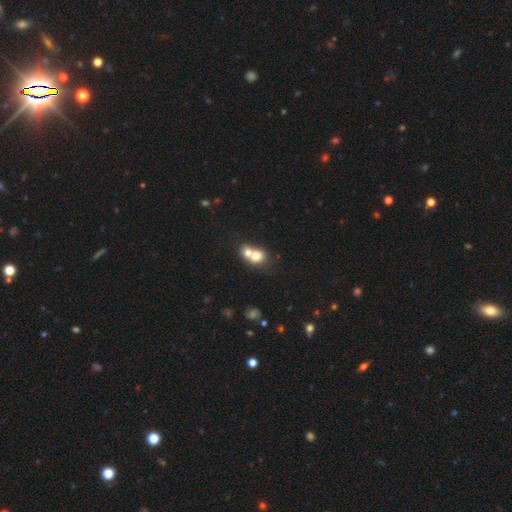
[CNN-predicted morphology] A smooth galaxy with no disk features (70%) that is round (65%).

Vote fractions:
- Smooth or featured? smooth: 70% / featured or disk: 20% / star or artifact: 10%
- How rounded? round: 65% / in between: 34% / cigar-shaped: 1%
- Merging? merger: 70% / none: 23% / minor disturbance: 5% / major disturbance: 3%